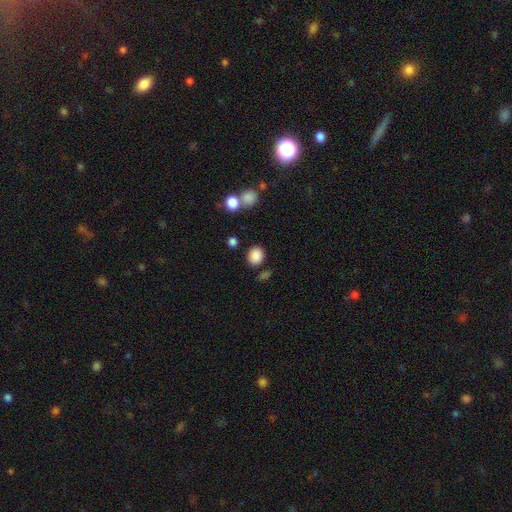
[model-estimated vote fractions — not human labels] Q: Smooth or featured?
A: smooth (86%); runner-up: star or artifact (10%)
Q: How rounded?
A: round (65%); runner-up: in between (34%)
Q: Merging?
A: none (80%); runner-up: minor disturbance (11%)